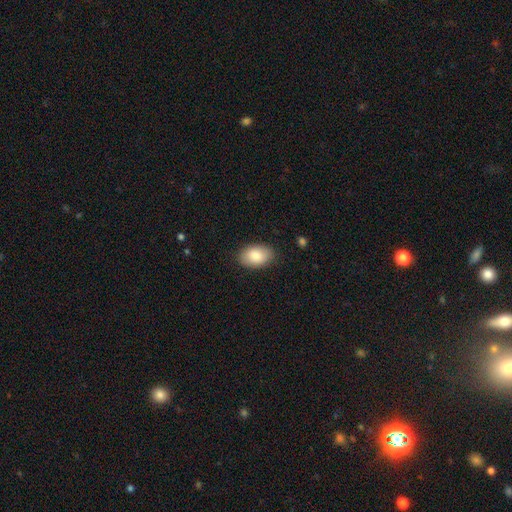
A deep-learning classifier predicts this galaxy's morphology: A smooth galaxy with no disk features (85%) that is in between round and cigar-shaped (90%). Merging: none (86%).